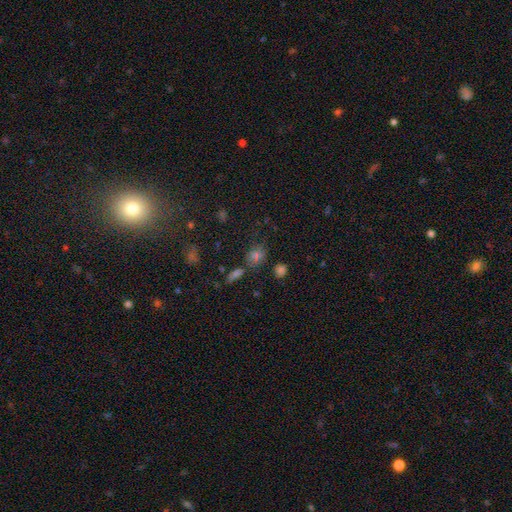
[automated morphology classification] Smooth or featured? Predicted: smooth (p=0.63). How rounded? Predicted: round (p=0.60). Merging? Predicted: none (p=0.71).